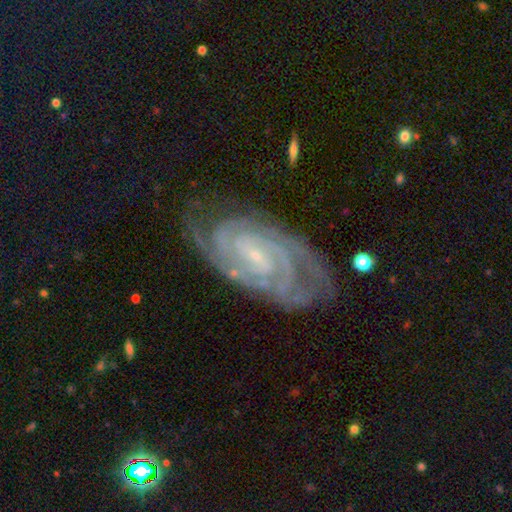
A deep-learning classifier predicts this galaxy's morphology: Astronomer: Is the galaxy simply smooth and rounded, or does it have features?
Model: featured or disk — 91%.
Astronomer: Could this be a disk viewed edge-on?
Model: no — 96%.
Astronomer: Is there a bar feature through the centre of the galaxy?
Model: weak — 41% (runner-up: no, 39%).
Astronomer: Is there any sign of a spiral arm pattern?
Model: yes — 98%.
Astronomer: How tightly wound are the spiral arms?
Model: tight — 74%.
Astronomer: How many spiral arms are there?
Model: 2 — 36% (runner-up: 3, 20%).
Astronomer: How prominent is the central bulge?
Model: small — 84%.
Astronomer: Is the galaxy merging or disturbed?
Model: none — 73%.